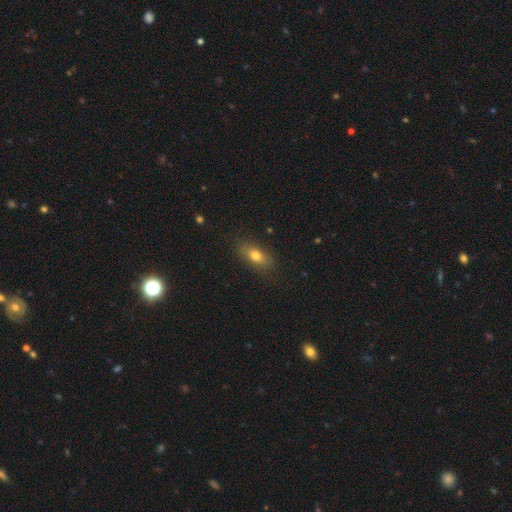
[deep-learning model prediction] This appears to be a smooth galaxy with no disk features (75%) that is in between round and cigar-shaped (77%). Merging: none (83%).